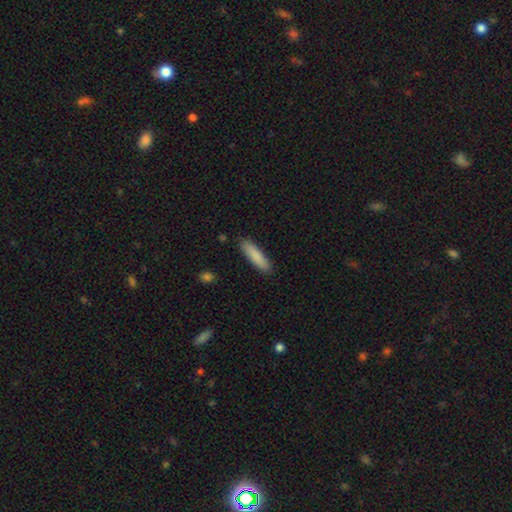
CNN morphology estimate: smooth 86%, featured or disk 8%, star or artifact 6%. Down the decision tree: how rounded — cigar-shaped (75%); merging — none (88%).